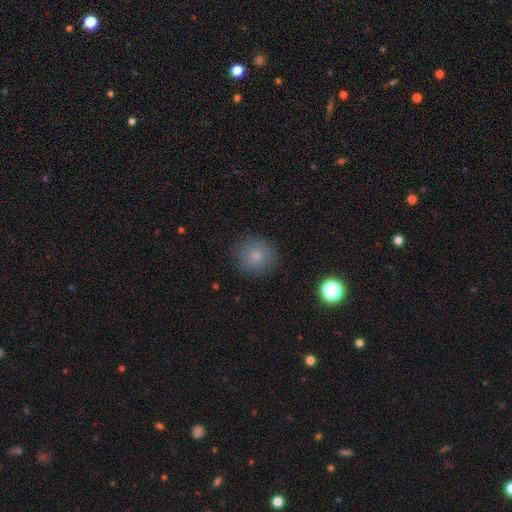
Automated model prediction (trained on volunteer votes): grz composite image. It shows a smooth galaxy with no disk features (81%) that is round (91%). Merging: none (87%).